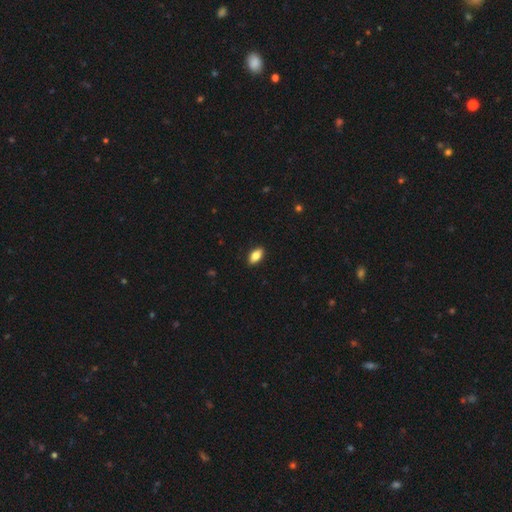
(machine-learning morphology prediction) smooth-or-featured: smooth: 83% | featured or disk: 10% | star or artifact: 7%
  how-rounded: in between: 91% | cigar-shaped: 6% | round: 4%
  merging: none: 90% | minor disturbance: 8% | major disturbance: 2% | merger: 1%